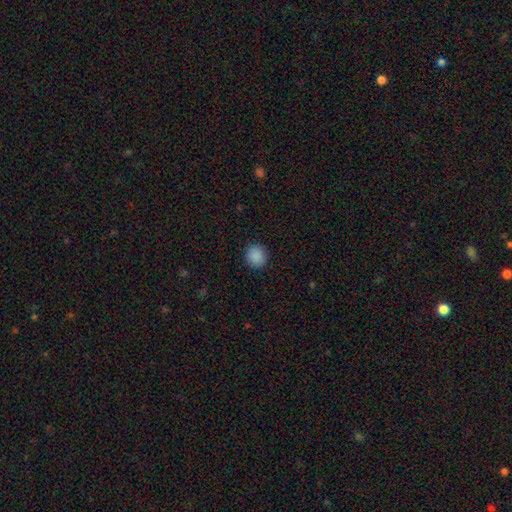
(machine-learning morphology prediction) This appears to be a smooth galaxy with no disk features (88%) that is round (90%). Merging: none (91%).